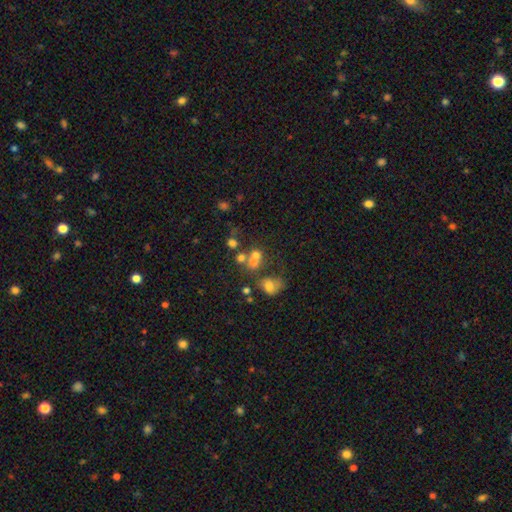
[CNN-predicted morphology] Overall: smooth (61%). How rounded: round (69%; in between 30%). Merging: merger (46%; none 35%).